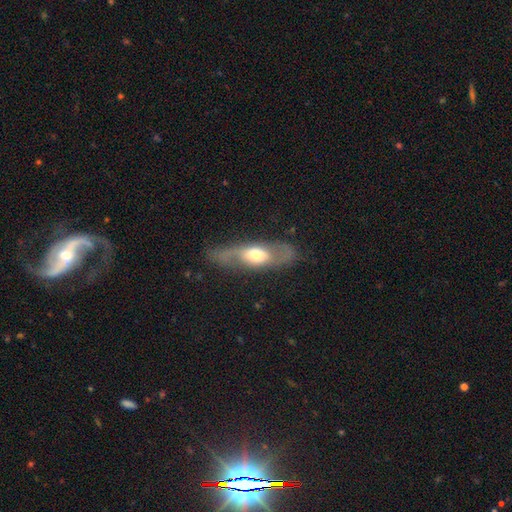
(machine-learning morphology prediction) Overall: featured or disk (62%; smooth 32%). Edge-on disk: no (73%). Merging: none (65%).